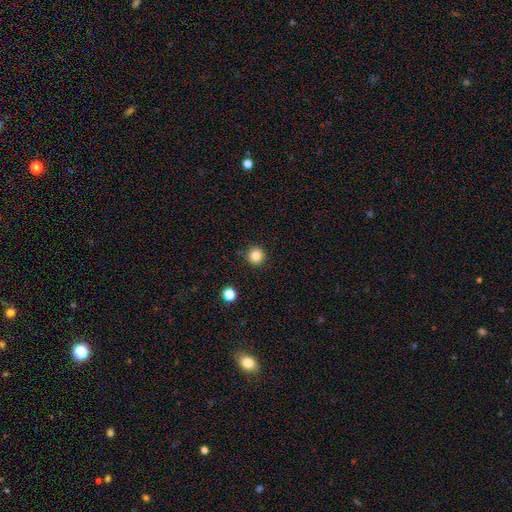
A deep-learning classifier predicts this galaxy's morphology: Overall: smooth (84%). How rounded: round (95%). Merging: none (91%).